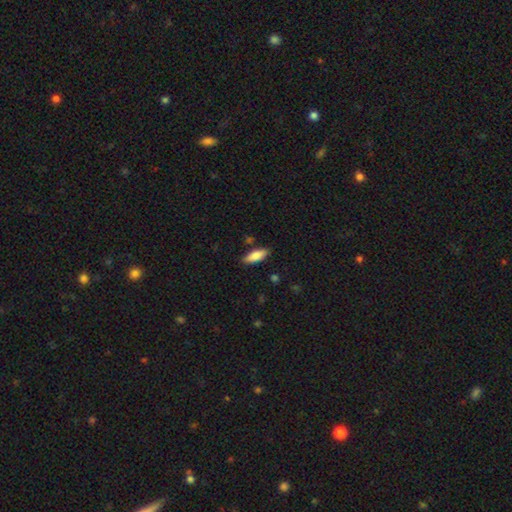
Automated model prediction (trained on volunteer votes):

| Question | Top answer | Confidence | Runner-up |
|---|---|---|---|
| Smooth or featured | smooth | 83% | featured or disk (11%) |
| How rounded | in between | 69% | cigar-shaped (29%) |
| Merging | none | 85% | minor disturbance (11%) |